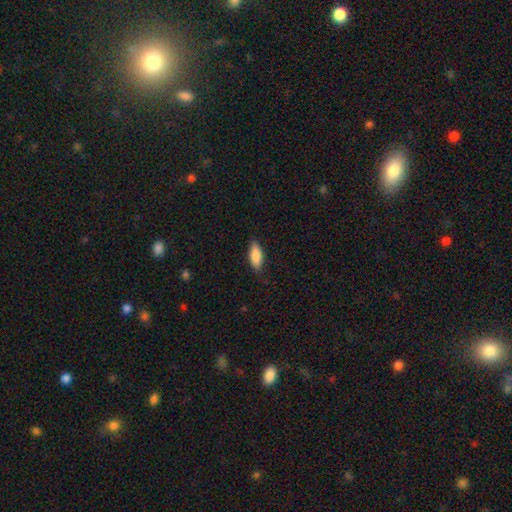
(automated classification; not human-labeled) smooth 84%, featured or disk 10%, star or artifact 6%. Down the decision tree: how rounded — in between (70%); merging — none (84%).